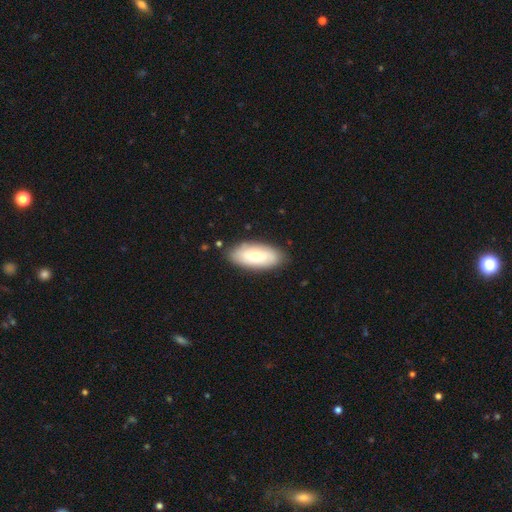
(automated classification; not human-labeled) Q: Smooth or featured?
A: smooth (68%); runner-up: featured or disk (26%)
Q: How rounded?
A: in between (89%); runner-up: cigar-shaped (9%)
Q: Merging?
A: none (85%); runner-up: minor disturbance (11%)